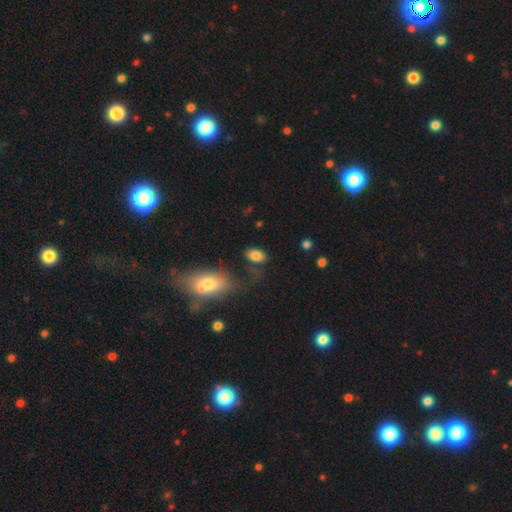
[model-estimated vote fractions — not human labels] Smooth or featured? smooth (82%)
How rounded? in between (89%)
Merging? none (67%)